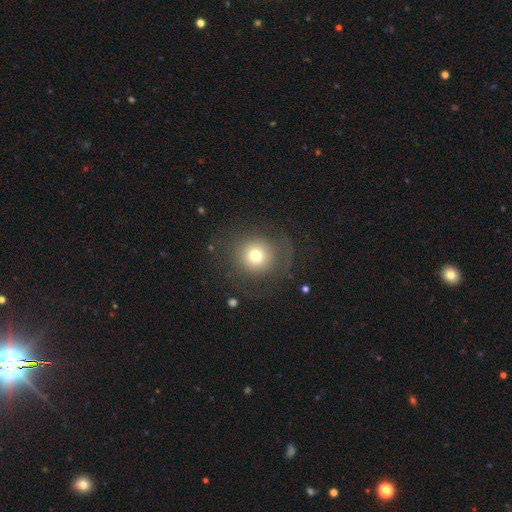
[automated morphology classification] smooth-or-featured: smooth: 68% | featured or disk: 18% | star or artifact: 14%
  how-rounded: round: 92% | in between: 7% | cigar-shaped: 1%
  merging: none: 74% | major disturbance: 12% | minor disturbance: 12% | merger: 1%